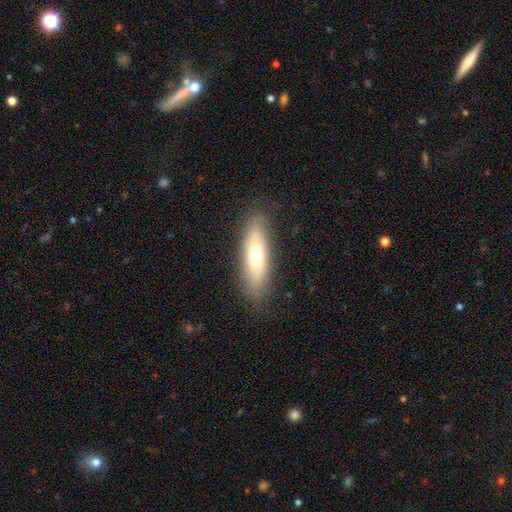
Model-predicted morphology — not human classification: This is likely a smooth galaxy (61%). How rounded: possibly cigar-shaped (53%). Merging: clearly none (86%).